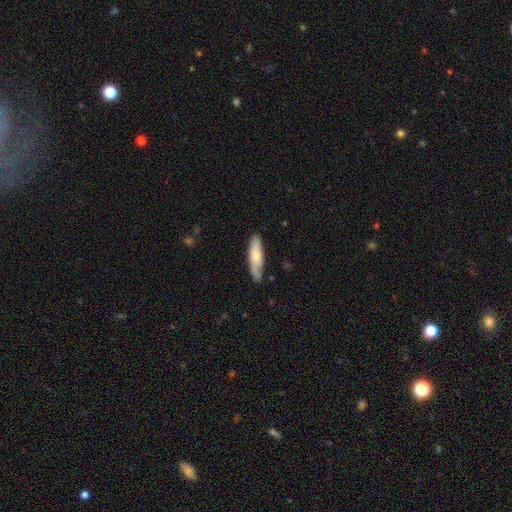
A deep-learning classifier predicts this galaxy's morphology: Smooth or featured: smooth — 70% (featured or disk — 24%)
How rounded: cigar-shaped — 63% (in between — 35%)
Merging: none — 78% (minor disturbance — 17%)